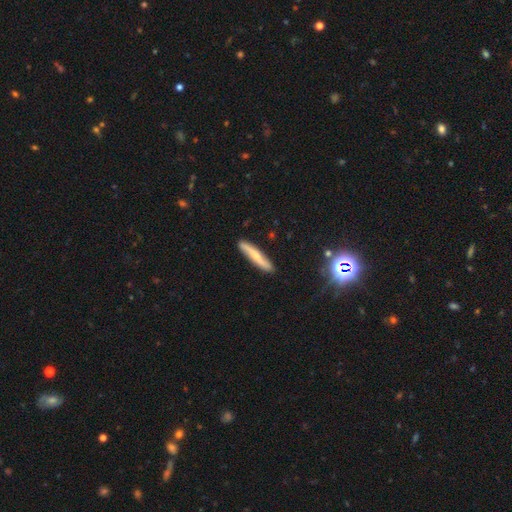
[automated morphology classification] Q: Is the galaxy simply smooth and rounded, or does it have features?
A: smooth — 52%.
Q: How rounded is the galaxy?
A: cigar-shaped — 91%.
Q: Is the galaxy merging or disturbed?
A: none — 87%.